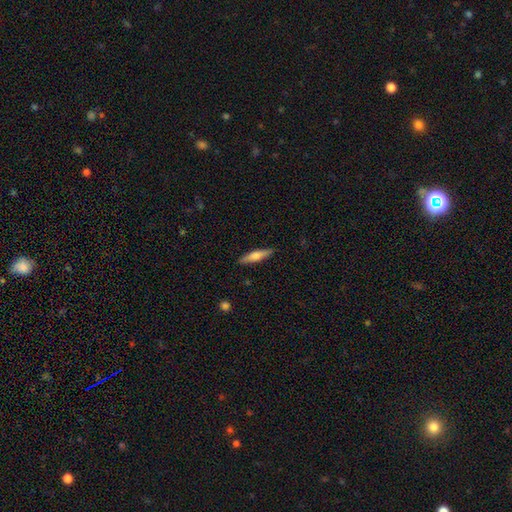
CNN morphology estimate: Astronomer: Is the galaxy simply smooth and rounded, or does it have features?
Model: smooth — 56% (runner-up: featured or disk, 38%).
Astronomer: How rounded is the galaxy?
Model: cigar-shaped — 77%.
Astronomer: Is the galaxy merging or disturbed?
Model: none — 89%.